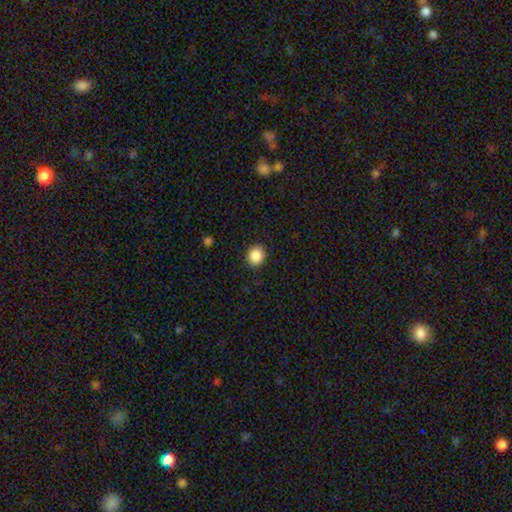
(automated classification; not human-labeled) Overall: smooth (88%). How rounded: round (79%). Merging: none (91%).